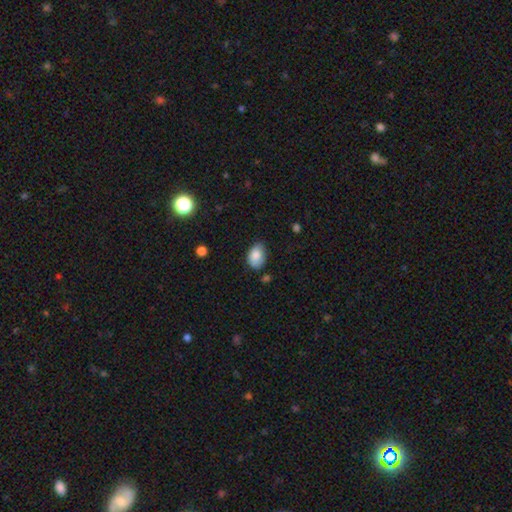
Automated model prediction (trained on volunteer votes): Smooth or featured? smooth (83%)
How rounded? in between (83%)
Merging? none (59%)